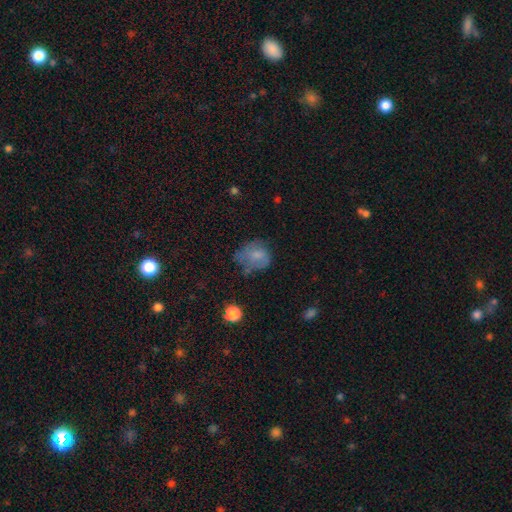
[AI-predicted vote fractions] This appears to be a smooth galaxy with no disk features (66%) that is round (56%). Merging: none (41%).